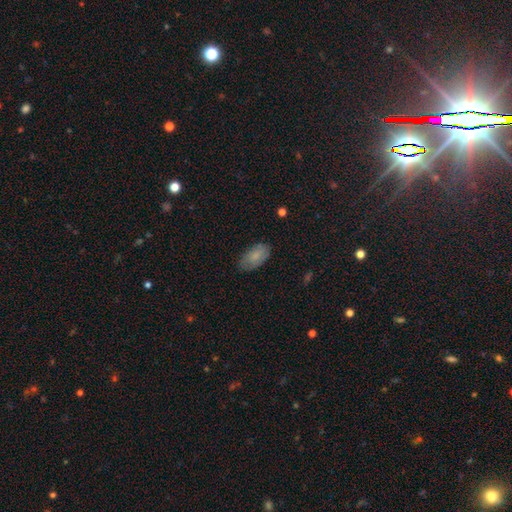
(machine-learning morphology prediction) Overall: smooth (77%). How rounded: in between (94%). Merging: none (77%).